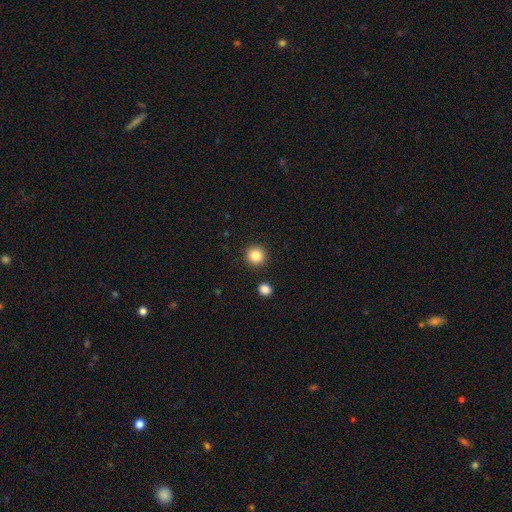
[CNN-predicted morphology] smooth_or_featured: smooth (p=0.85) [alt: star or artifact p=0.10]
how_rounded: round (p=0.94) [alt: in between p=0.05]
merging: none (p=0.90) [alt: minor disturbance p=0.05]